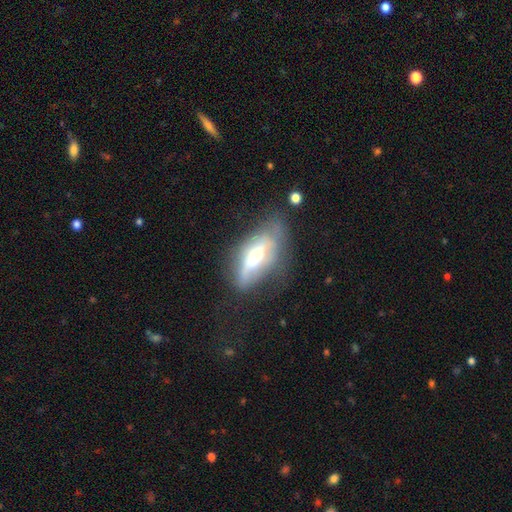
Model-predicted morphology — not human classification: Smooth or featured: featured or disk — 57% (smooth — 35%)
Edge-on disk: no — 67% (yes — 33%)
Merging: none — 41% (minor disturbance — 30%)